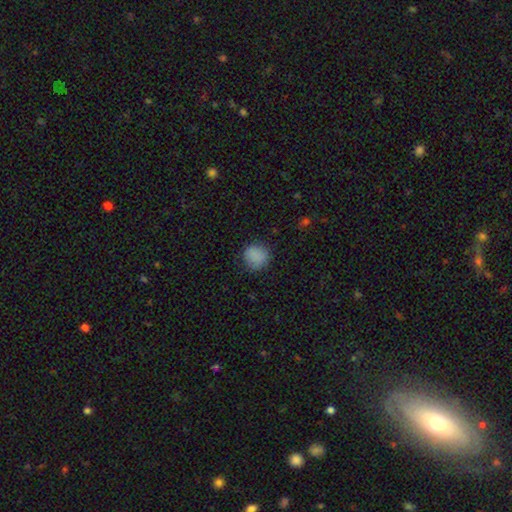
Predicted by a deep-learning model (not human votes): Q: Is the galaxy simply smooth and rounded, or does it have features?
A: smooth — 85%.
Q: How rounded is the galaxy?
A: round — 90%.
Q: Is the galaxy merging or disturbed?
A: none — 81%.